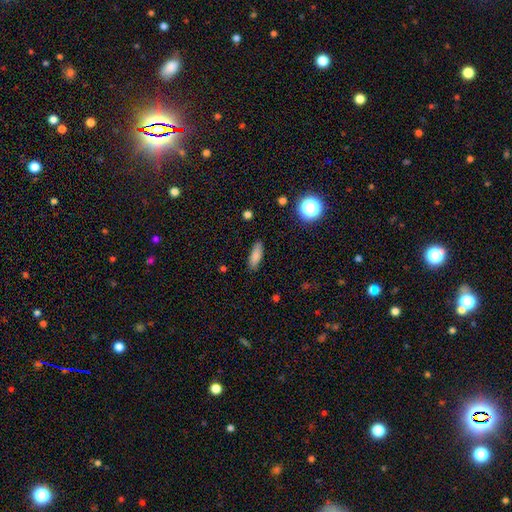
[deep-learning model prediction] Smooth or featured? smooth (83%)
How rounded? in between (55%)
Merging? none (87%)